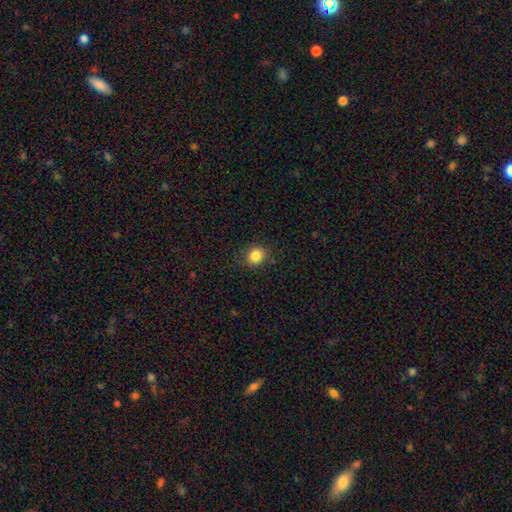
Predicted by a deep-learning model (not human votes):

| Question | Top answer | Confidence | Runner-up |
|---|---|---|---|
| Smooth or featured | smooth | 85% | star or artifact (11%) |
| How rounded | round | 75% | in between (24%) |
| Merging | none | 85% | minor disturbance (10%) |